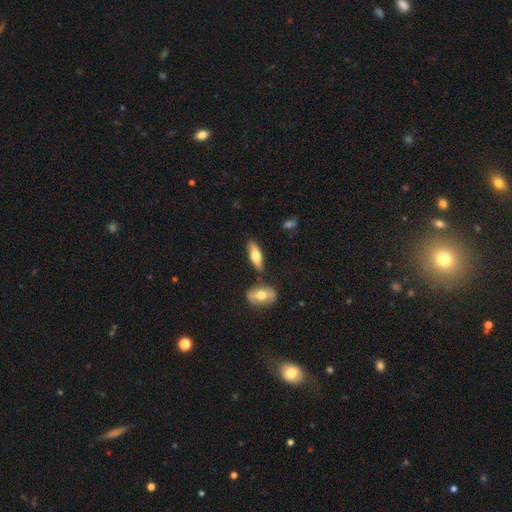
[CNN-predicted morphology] This is possibly a smooth galaxy (56%). How rounded: possibly in between (55%). Merging: likely none (79%).